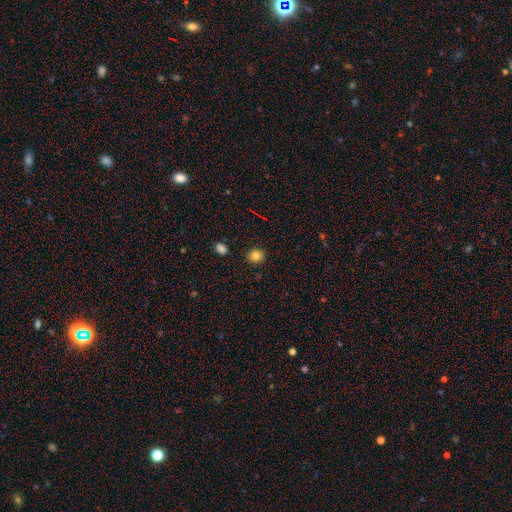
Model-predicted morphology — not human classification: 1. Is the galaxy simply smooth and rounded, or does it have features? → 82% smooth, 12% star or artifact, 6% featured or disk.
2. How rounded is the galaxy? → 82% round, 17% in between, 1% cigar-shaped.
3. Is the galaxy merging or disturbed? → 90% none, 7% minor disturbance, 2% major disturbance, 2% merger.